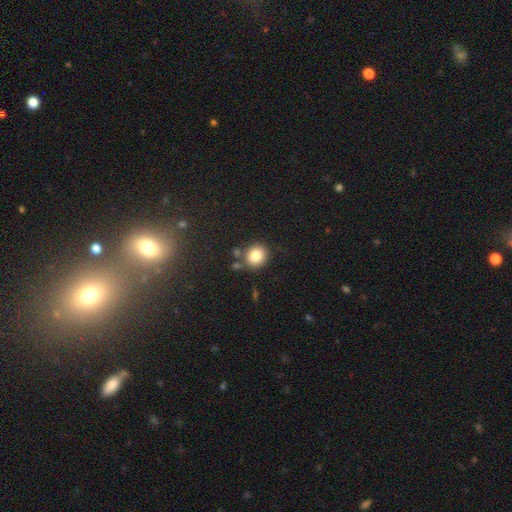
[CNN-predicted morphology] This appears to be a smooth galaxy with no disk features (83%) that is round (84%). Merging: none (76%).